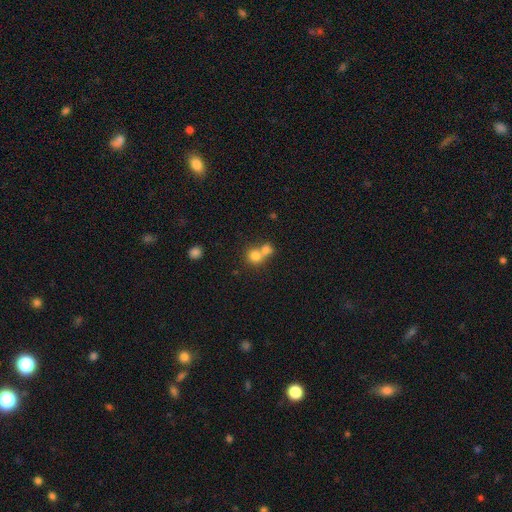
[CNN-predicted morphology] A smooth galaxy with no disk features (77%) that is round (83%). Merging: merger (60%).